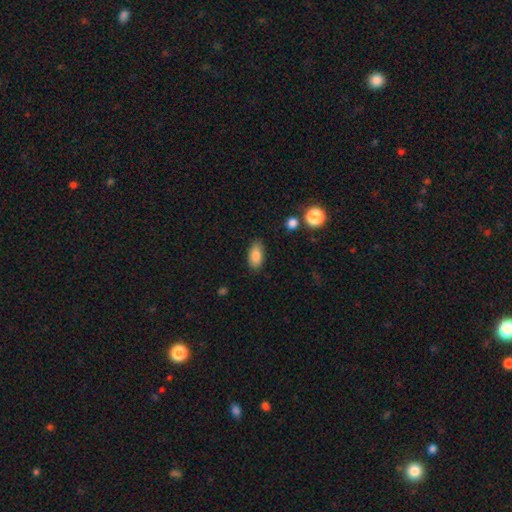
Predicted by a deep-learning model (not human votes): smooth_or_featured: smooth (p=0.85) [alt: star or artifact p=0.08]
how_rounded: in between (p=0.90) [alt: cigar-shaped p=0.07]
merging: none (p=0.84) [alt: minor disturbance p=0.12]